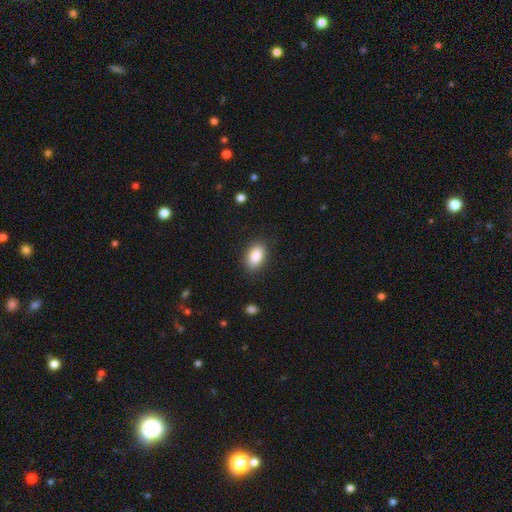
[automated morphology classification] Q: Smooth or featured?
A: smooth (87%); runner-up: star or artifact (7%)
Q: How rounded?
A: in between (89%); runner-up: round (9%)
Q: Merging?
A: none (86%); runner-up: minor disturbance (10%)